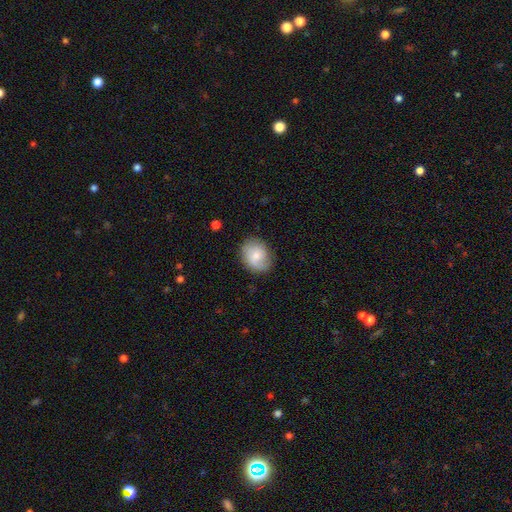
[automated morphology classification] smooth 59%, featured or disk 33%, star or artifact 7%. Down the decision tree: how rounded — round (55%); merging — none (76%).